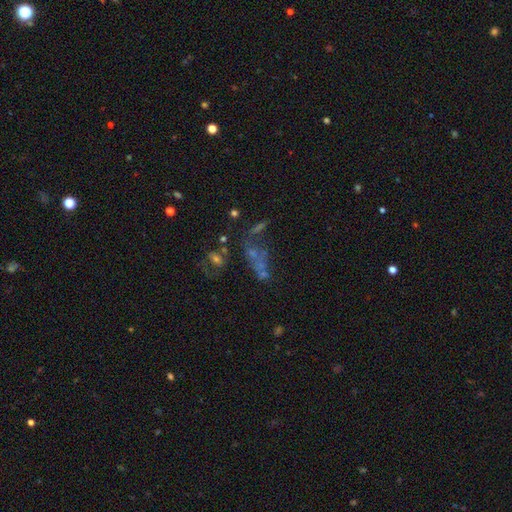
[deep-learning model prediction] Smooth or featured?
  - star or artifact: 37% *
  - featured or disk: 34%
  - smooth: 29%